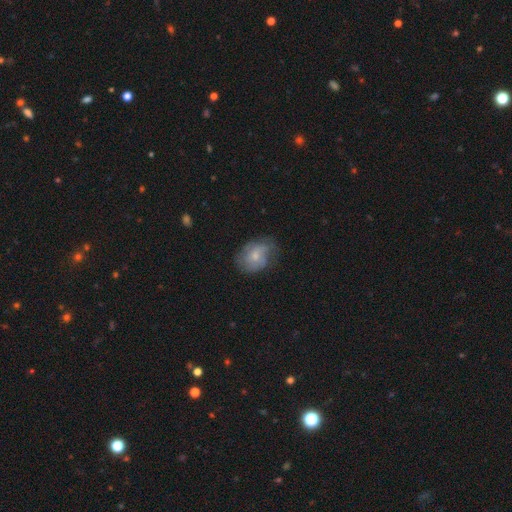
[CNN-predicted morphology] Overall: featured or disk (49%; smooth 44%). Merging: none (57%; minor disturbance 29%).